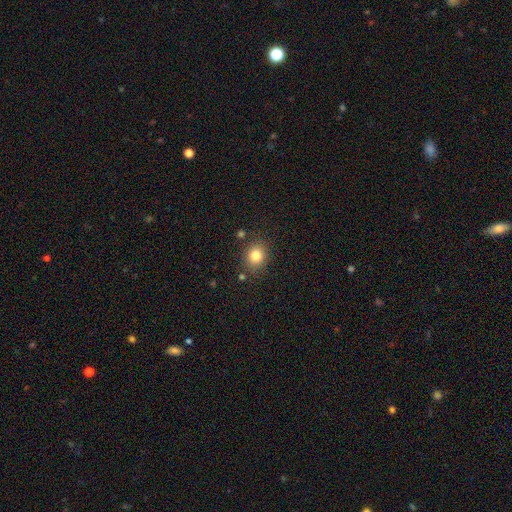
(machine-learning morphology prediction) A smooth galaxy with no disk features (82%) that is round (68%).

Vote fractions:
- Smooth or featured? smooth: 82% / star or artifact: 11% / featured or disk: 7%
- How rounded? round: 68% / in between: 32% / cigar-shaped: 1%
- Merging? none: 83% / minor disturbance: 10% / merger: 4% / major disturbance: 3%